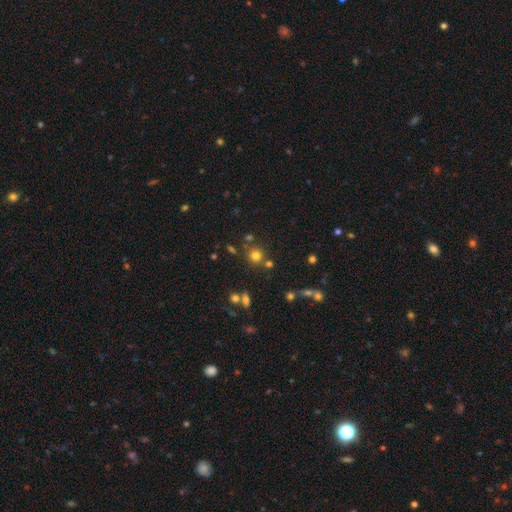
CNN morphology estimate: This is likely a smooth galaxy (74%). How rounded: clearly round (92%). Merging: likely none (77%).